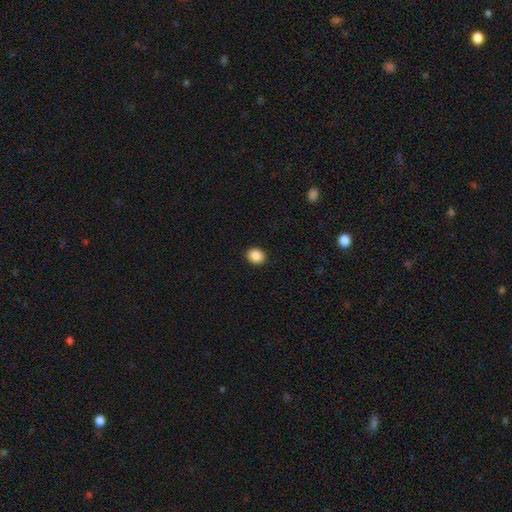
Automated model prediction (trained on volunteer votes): This appears to be a smooth galaxy with no disk features (88%) that is round (65%). Merging: none (92%).